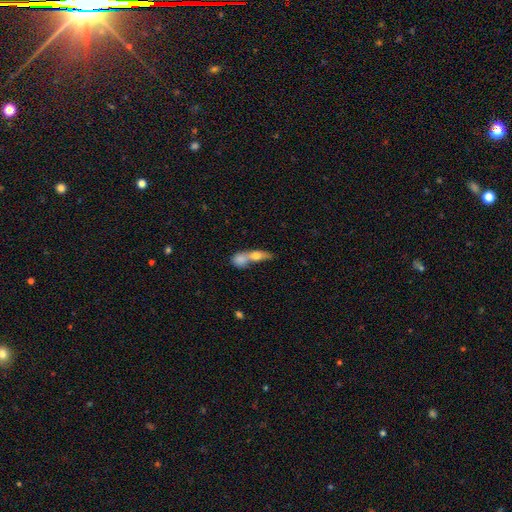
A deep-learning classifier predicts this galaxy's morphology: Smooth or featured: smooth — 63% (featured or disk — 29%)
How rounded: in between — 48% (cigar-shaped — 37%)
Merging: merger — 66% (none — 21%)